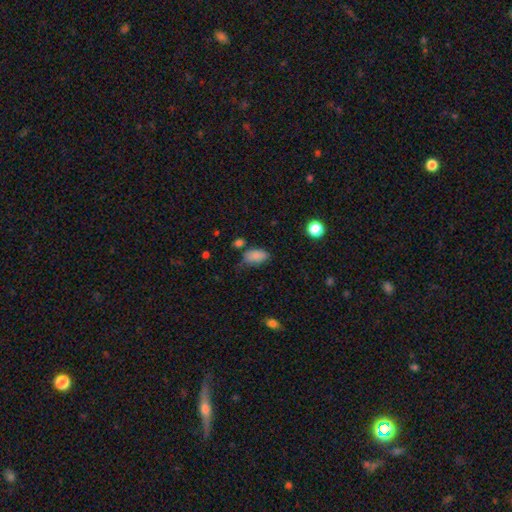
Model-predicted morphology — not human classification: This is clearly a smooth galaxy (85%). How rounded: clearly in between (92%). Merging: possibly none (59%).